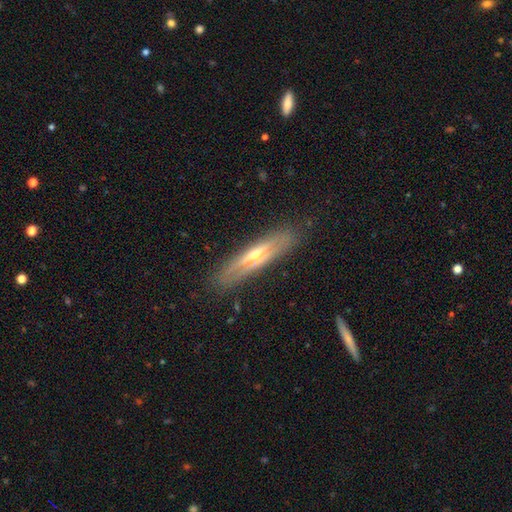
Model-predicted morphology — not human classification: Smooth or featured: featured or disk — 69% (smooth — 24%)
Edge-on disk: yes — 87% (no — 13%)
Edge-on bulge: rounded — 86% (none — 10%)
Merging: none — 86% (minor disturbance — 10%)